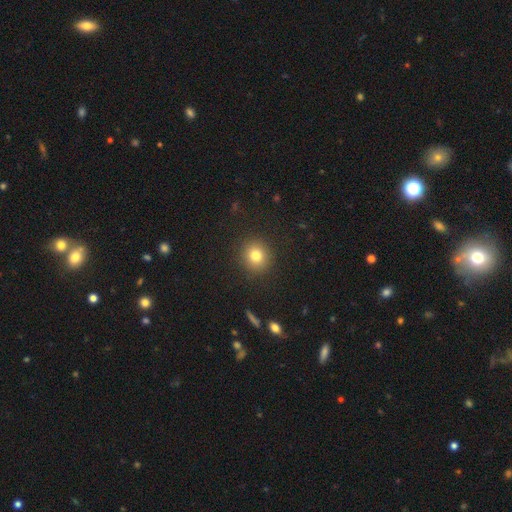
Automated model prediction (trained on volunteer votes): This is likely a smooth galaxy (80%). How rounded: clearly round (89%). Merging: clearly none (91%).